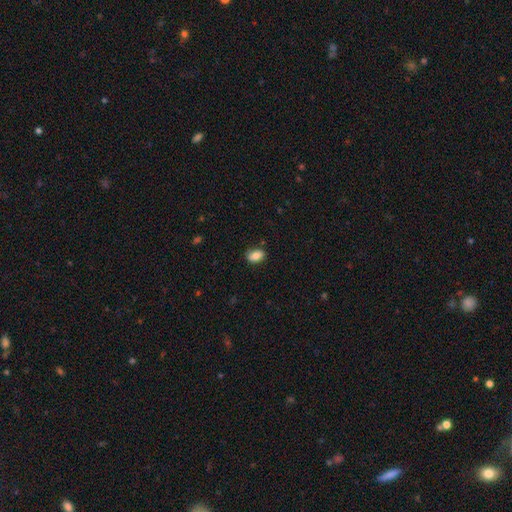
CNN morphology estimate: A smooth galaxy with no disk features (82%) that is in between round and cigar-shaped (83%). Merging: none (76%).